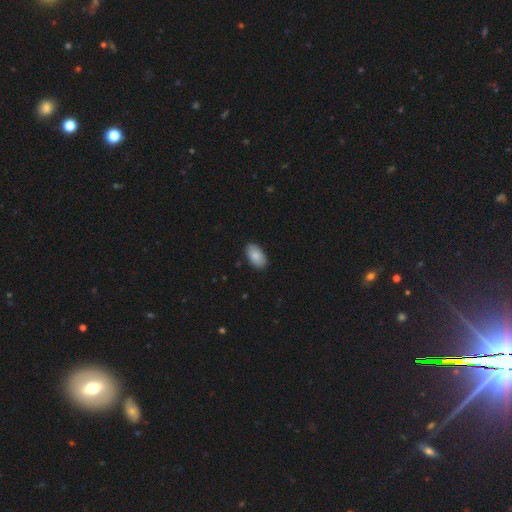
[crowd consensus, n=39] A smooth galaxy with no disk features (92%) that is in between round and cigar-shaped (92%).

Vote fractions:
- Smooth or featured? smooth: 92% / star or artifact: 5% / featured or disk: 3%
- How rounded? in between: 92% / cigar-shaped: 6% / round: 3%
- Merging? none: 95% / minor disturbance: 5% / major disturbance: 0% / merger: 0%